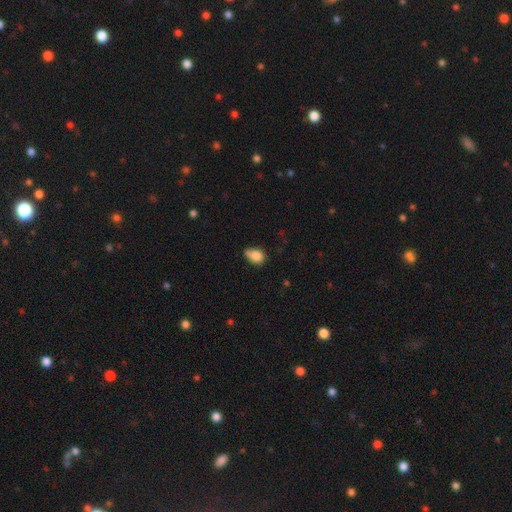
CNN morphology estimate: smooth-or-featured: smooth: 83% | star or artifact: 9% | featured or disk: 8%
  how-rounded: in between: 71% | round: 28% | cigar-shaped: 1%
  merging: none: 51% | minor disturbance: 36% | major disturbance: 7% | merger: 5%